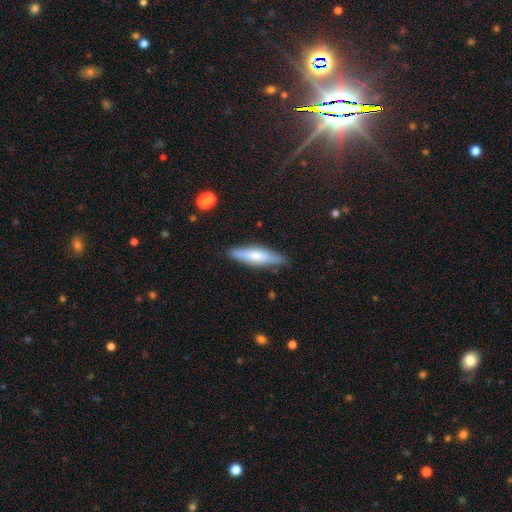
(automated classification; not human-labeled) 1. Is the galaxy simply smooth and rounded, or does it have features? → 62% smooth, 32% featured or disk, 6% star or artifact.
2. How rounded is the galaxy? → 75% cigar-shaped, 23% in between, 2% round.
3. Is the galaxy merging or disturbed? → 85% none, 12% minor disturbance, 2% major disturbance, 1% merger.